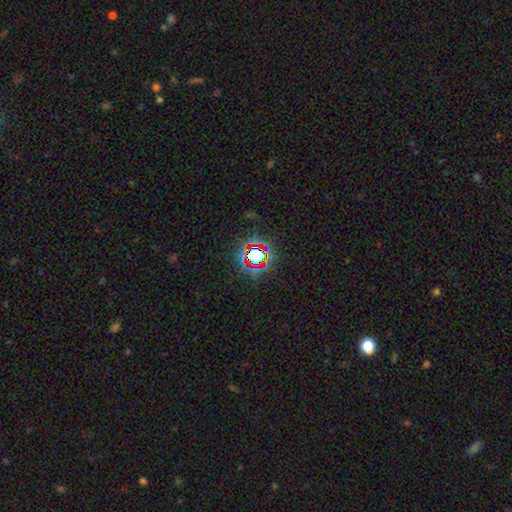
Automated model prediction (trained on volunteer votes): smooth_or_featured: star or artifact (p=0.73) [alt: smooth p=0.16]